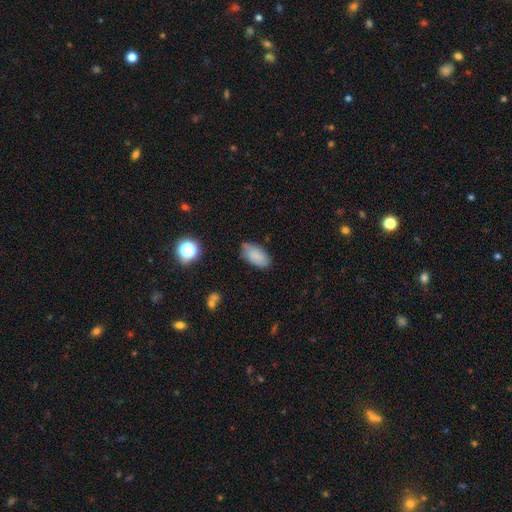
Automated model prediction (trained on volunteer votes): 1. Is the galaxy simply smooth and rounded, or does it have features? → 81% smooth, 10% featured or disk, 9% star or artifact.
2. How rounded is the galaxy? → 94% in between, 3% round, 3% cigar-shaped.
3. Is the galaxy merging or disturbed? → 72% none, 22% minor disturbance, 4% major disturbance, 2% merger.